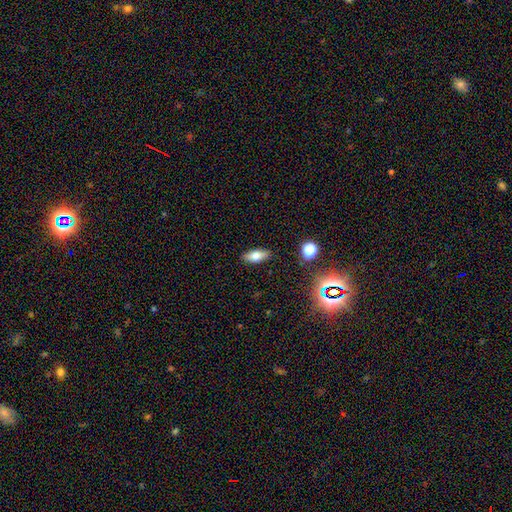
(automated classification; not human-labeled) Overall: smooth (73%). How rounded: in between (78%). Merging: none (87%).